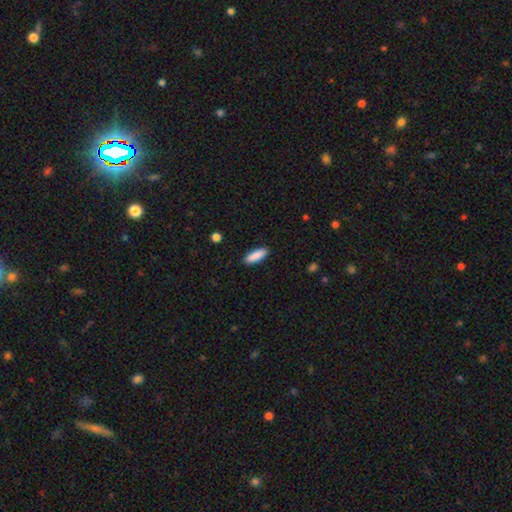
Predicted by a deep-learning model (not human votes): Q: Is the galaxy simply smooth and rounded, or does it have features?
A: smooth — 89%.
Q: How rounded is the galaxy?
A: in between — 56%.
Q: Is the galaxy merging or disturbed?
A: none — 90%.